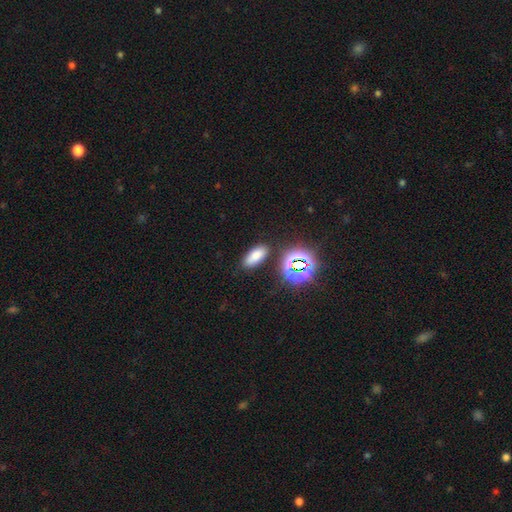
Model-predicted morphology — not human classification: Smooth or featured?
  - smooth: 72% *
  - star or artifact: 22%
  - featured or disk: 7%
How rounded?
  - in between: 82% *
  - cigar-shaped: 10%
  - round: 8%
Merging?
  - none: 84% *
  - minor disturbance: 9%
  - merger: 4%
  - major disturbance: 3%